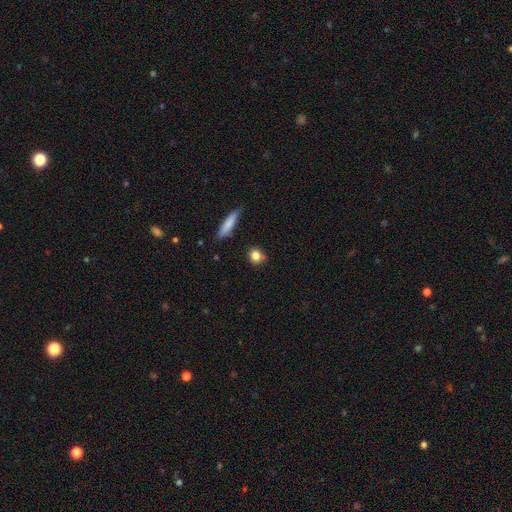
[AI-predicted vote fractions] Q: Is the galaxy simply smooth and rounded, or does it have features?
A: smooth — 83%.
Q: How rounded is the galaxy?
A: round — 67%.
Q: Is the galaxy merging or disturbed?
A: none — 75%.